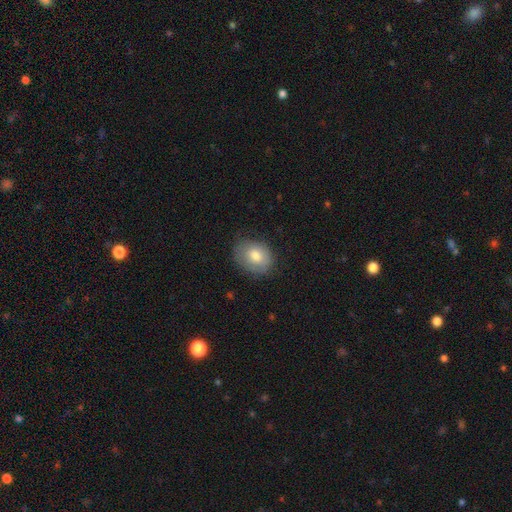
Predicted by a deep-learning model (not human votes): smooth-or-featured: smooth: 76% | featured or disk: 16% | star or artifact: 8%
  how-rounded: in between: 56% | round: 43% | cigar-shaped: 1%
  merging: none: 72% | minor disturbance: 22% | major disturbance: 5% | merger: 1%